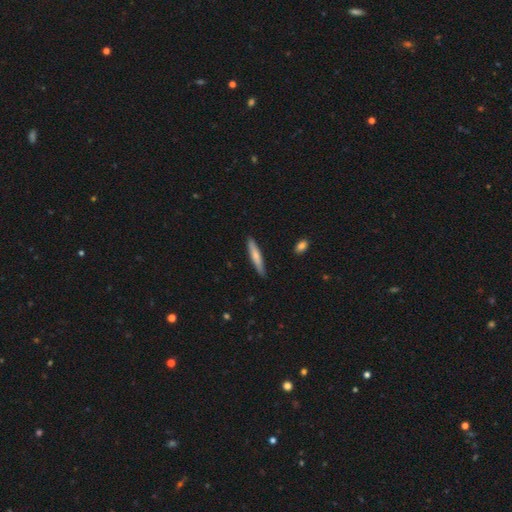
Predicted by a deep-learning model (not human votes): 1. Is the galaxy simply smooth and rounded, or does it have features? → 67% smooth, 27% featured or disk, 5% star or artifact.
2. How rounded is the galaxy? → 91% cigar-shaped, 8% in between, 1% round.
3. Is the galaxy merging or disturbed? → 87% none, 10% minor disturbance, 2% major disturbance, 1% merger.